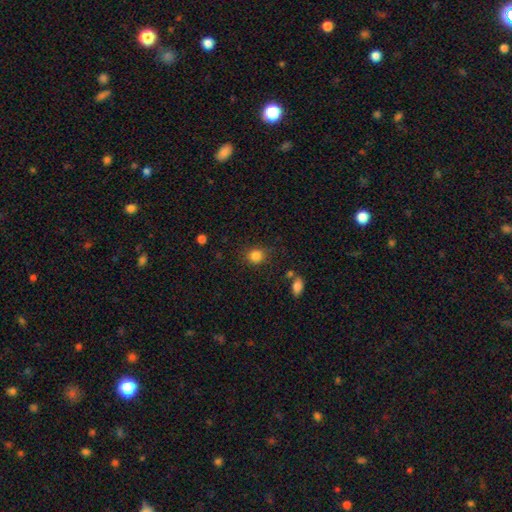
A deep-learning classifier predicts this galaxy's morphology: This appears to be a smooth galaxy with no disk features (85%) that is round (81%). Merging: none (82%).